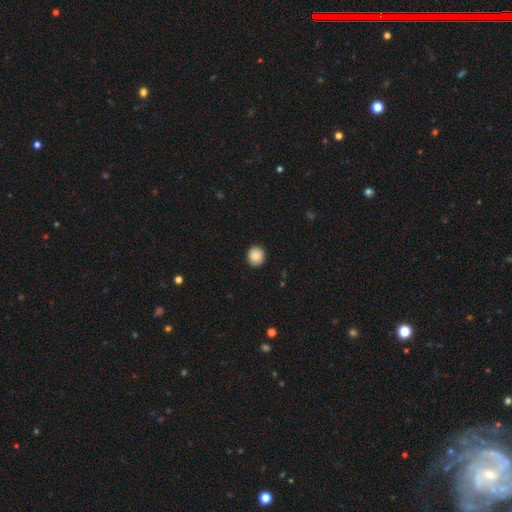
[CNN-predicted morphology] type=smooth (85%); roundness=round (87%); merging=none (89%).